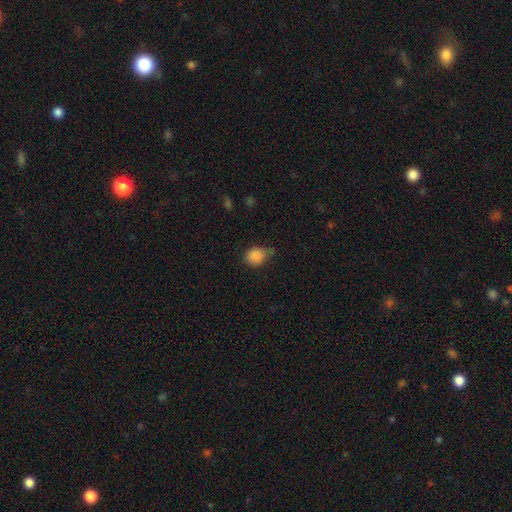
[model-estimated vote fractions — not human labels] This is clearly a smooth galaxy (86%). How rounded: likely round (63%). Merging: possibly none (47%).